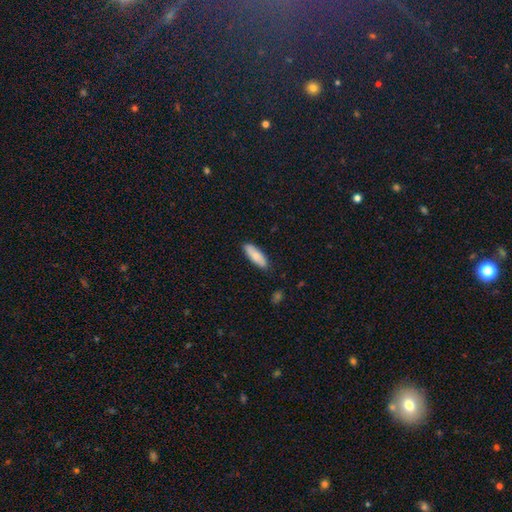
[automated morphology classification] smooth-or-featured: smooth: 79% | featured or disk: 15% | star or artifact: 6%
  how-rounded: in between: 56% | cigar-shaped: 42% | round: 2%
  merging: none: 86% | minor disturbance: 11% | major disturbance: 2% | merger: 1%